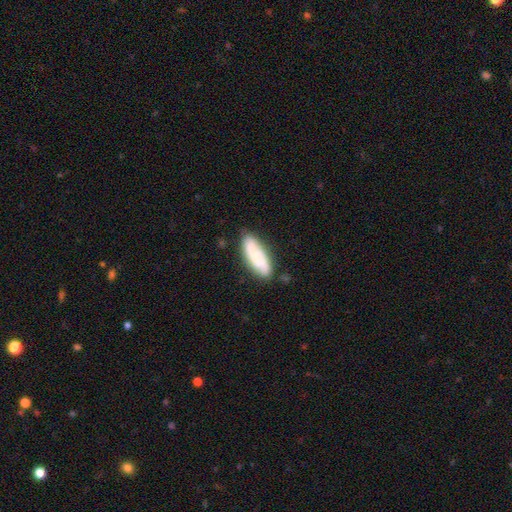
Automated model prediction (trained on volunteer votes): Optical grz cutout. It shows a smooth galaxy with no disk features (54%) that is in between round and cigar-shaped (65%). Merging: none (79%).